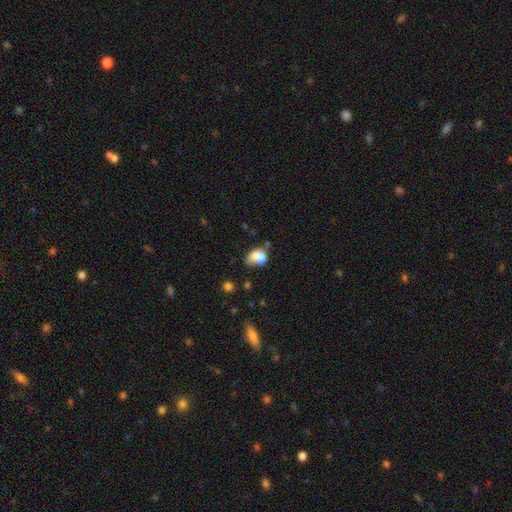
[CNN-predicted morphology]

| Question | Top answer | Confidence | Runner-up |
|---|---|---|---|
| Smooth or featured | smooth | 66% | featured or disk (22%) |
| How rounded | in between | 67% | round (31%) |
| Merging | merger | 57% | none (19%) |